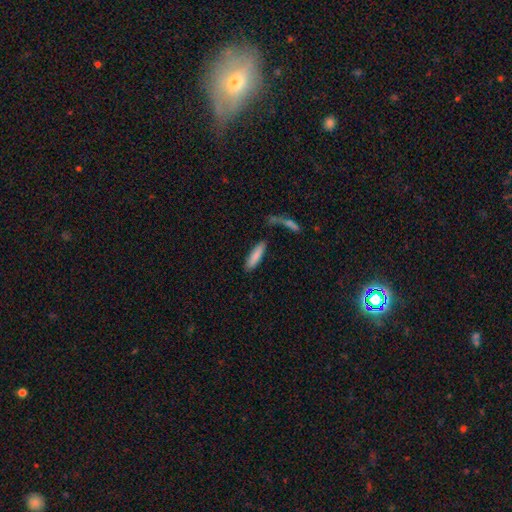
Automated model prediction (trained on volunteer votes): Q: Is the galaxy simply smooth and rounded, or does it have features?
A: smooth — 84%.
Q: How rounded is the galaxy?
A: cigar-shaped — 73%.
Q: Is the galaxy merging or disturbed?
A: none — 80%.